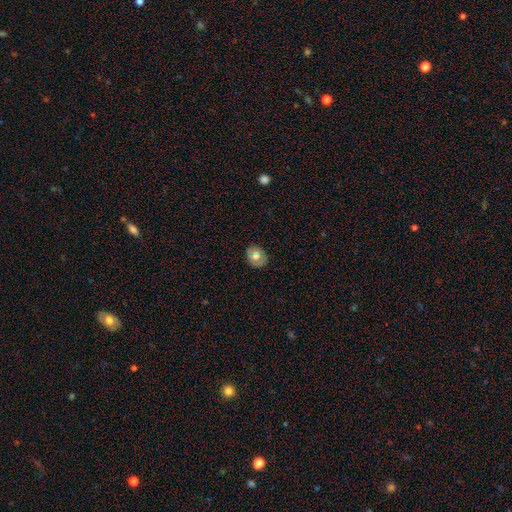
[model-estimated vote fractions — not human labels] smooth_or_featured: smooth (p=0.66) [alt: featured or disk p=0.26]
how_rounded: round (p=0.58) [alt: in between p=0.41]
merging: none (p=0.84) [alt: minor disturbance p=0.12]